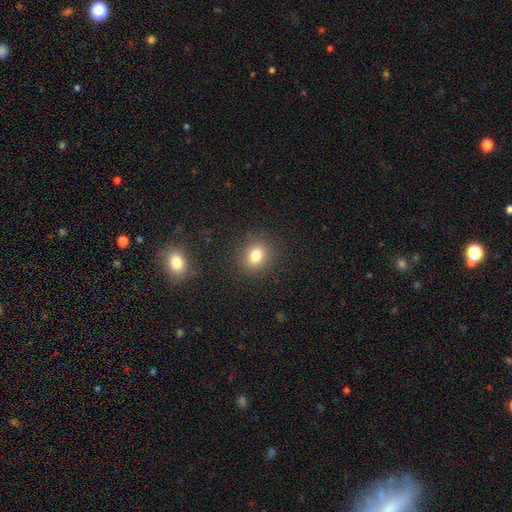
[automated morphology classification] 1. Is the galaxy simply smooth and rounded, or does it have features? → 79% smooth, 13% star or artifact, 8% featured or disk.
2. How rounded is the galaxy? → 58% round, 40% in between, 1% cigar-shaped.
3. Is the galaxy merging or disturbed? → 88% none, 8% minor disturbance, 3% major disturbance, 1% merger.